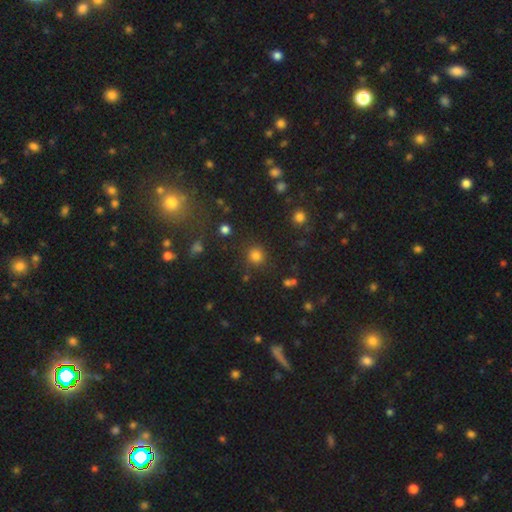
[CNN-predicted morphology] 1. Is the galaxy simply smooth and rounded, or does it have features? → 79% smooth, 16% star or artifact, 5% featured or disk.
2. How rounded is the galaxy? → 90% round, 9% in between, 1% cigar-shaped.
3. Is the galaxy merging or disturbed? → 85% none, 8% minor disturbance, 4% major disturbance, 4% merger.